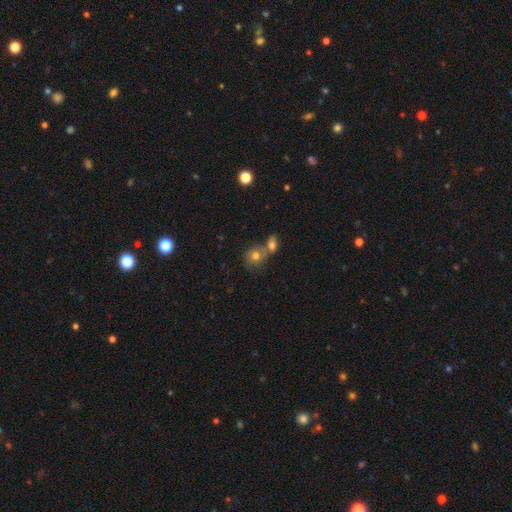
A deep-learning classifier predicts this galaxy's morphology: Smooth or featured? smooth (59%)
How rounded? round (82%)
Merging? none (52%)